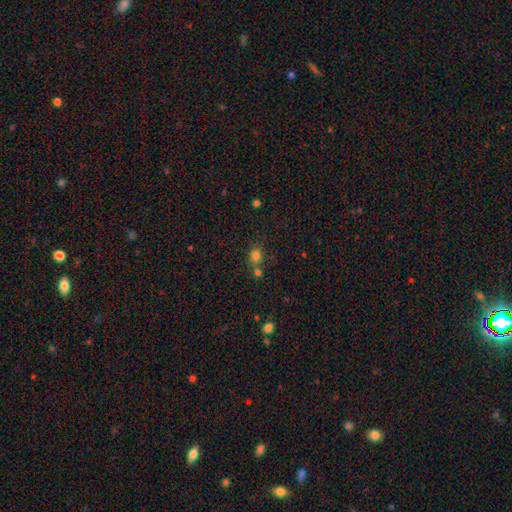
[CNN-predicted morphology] Overall: smooth (79%). How rounded: round (71%). Merging: none (60%; merger 26%).